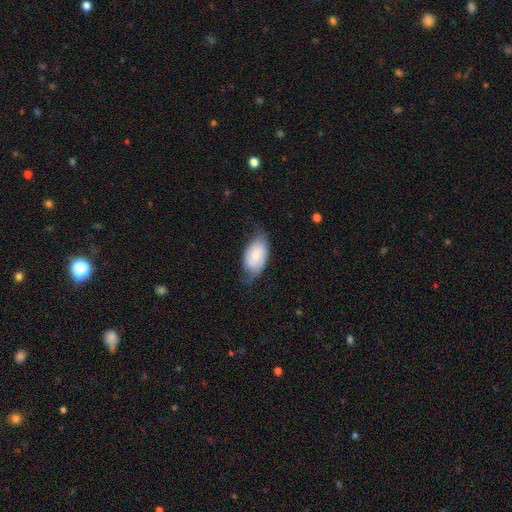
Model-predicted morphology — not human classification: smooth_or_featured: smooth (p=0.66) [alt: featured or disk p=0.28]
how_rounded: in between (p=0.92) [alt: round p=0.06]
merging: none (p=0.53) [alt: minor disturbance p=0.34]